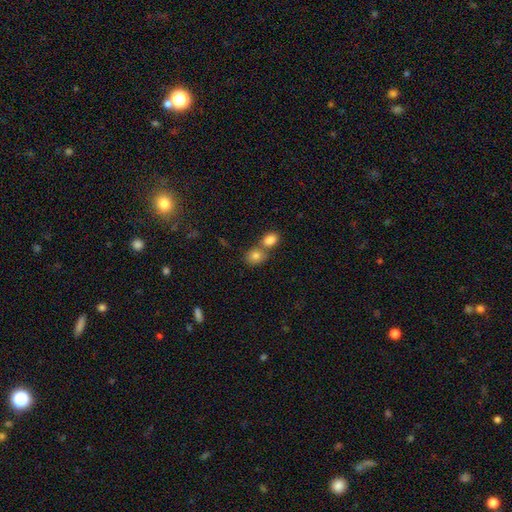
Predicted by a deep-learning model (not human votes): This appears to be a smooth galaxy with no disk features (82%) that is round (54%). Merging: merger (49%).